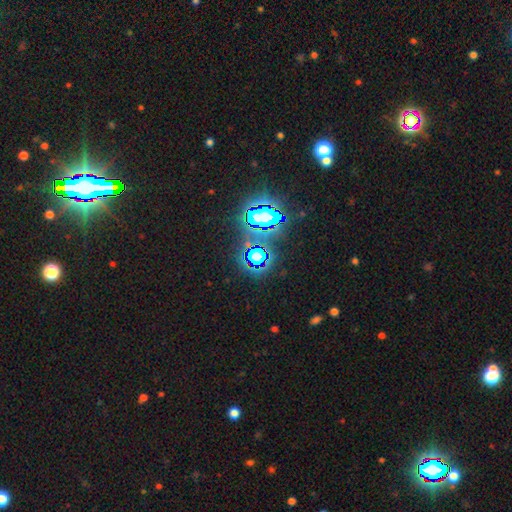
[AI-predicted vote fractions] The model was most divided on "smooth or featured": star or artifact: 74%, smooth: 16%, featured or disk: 10%.